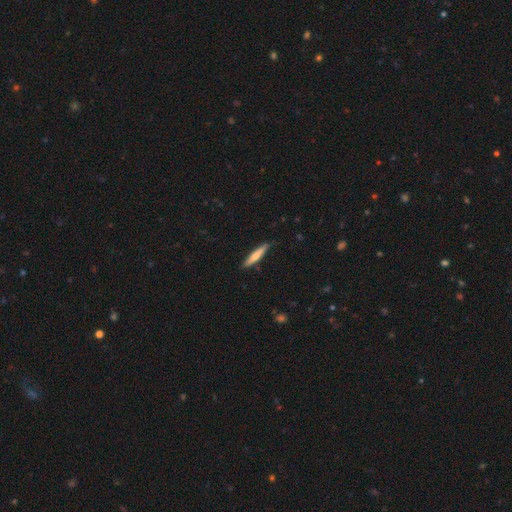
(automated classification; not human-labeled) smooth 62%, featured or disk 32%, star or artifact 5%. Down the decision tree: how rounded — cigar-shaped (90%); merging — none (87%).